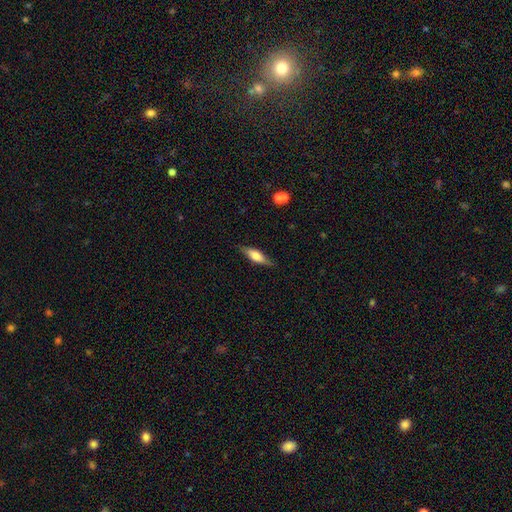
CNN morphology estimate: smooth 54%, featured or disk 40%, star or artifact 6%. Down the decision tree: how rounded — cigar-shaped (54%); merging — none (83%).